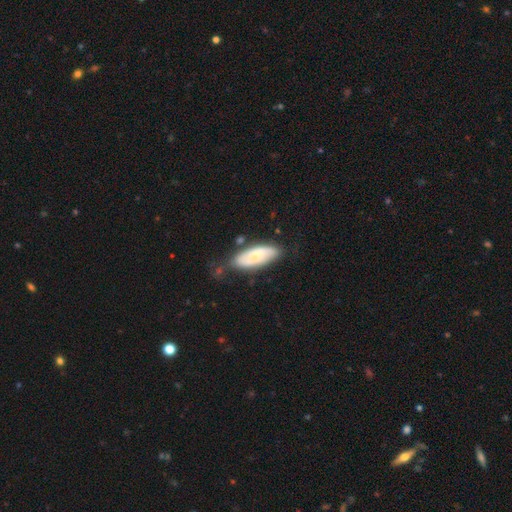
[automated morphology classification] Q: Smooth or featured?
A: smooth (59%); runner-up: featured or disk (35%)
Q: How rounded?
A: in between (75%); runner-up: cigar-shaped (23%)
Q: Merging?
A: none (64%); runner-up: minor disturbance (23%)